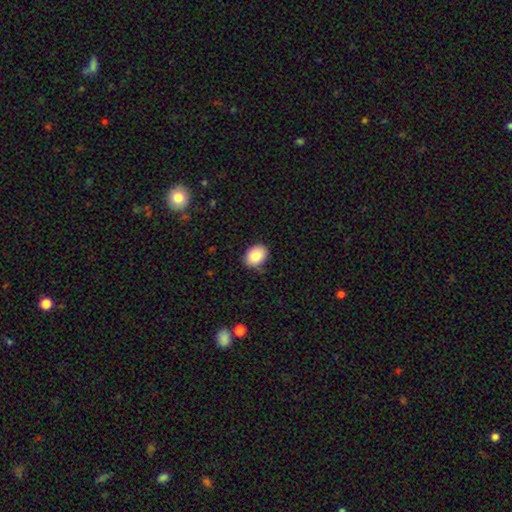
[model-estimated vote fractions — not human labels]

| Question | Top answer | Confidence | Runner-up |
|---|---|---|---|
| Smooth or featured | smooth | 84% | featured or disk (8%) |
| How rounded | in between | 70% | round (29%) |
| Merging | none | 82% | minor disturbance (14%) |